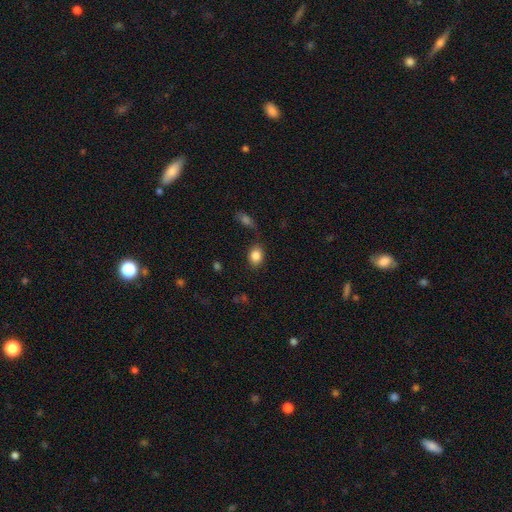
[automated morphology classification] Overall: smooth (85%). How rounded: in between (61%; round 38%). Merging: none (77%).